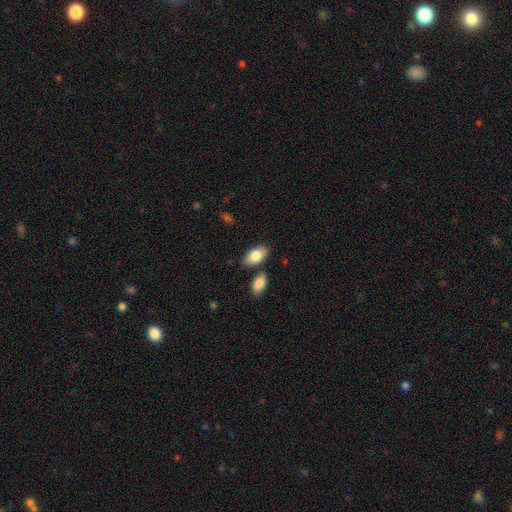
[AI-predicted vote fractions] Q: Smooth or featured?
A: smooth (83%); runner-up: featured or disk (11%)
Q: How rounded?
A: in between (94%); runner-up: round (3%)
Q: Merging?
A: none (76%); runner-up: minor disturbance (12%)